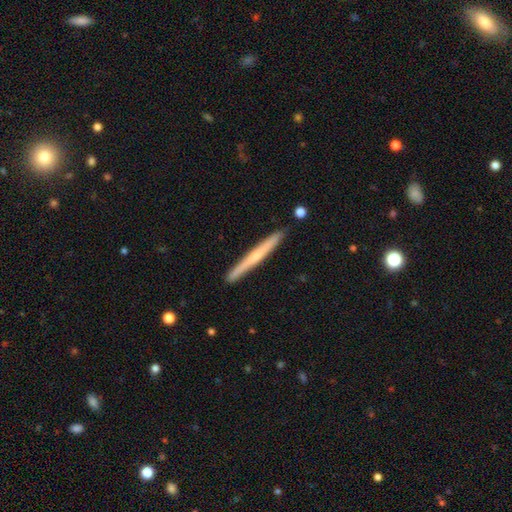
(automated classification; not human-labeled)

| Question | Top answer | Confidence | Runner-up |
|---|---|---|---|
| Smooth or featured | featured or disk | 53% | smooth (42%) |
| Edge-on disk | yes | 97% | no (3%) |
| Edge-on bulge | none | 52% | rounded (44%) |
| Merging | none | 91% | minor disturbance (6%) |